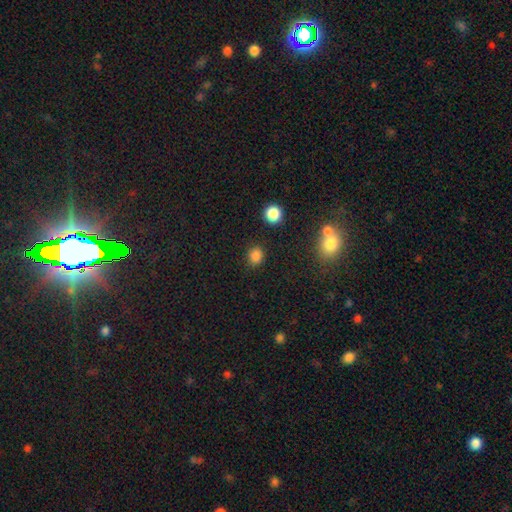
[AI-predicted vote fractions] Smooth or featured: smooth — 83% (star or artifact — 14%)
How rounded: round — 75% (in between — 24%)
Merging: none — 84% (minor disturbance — 10%)